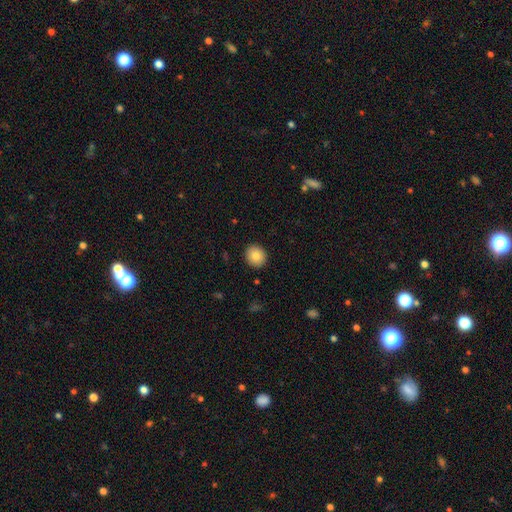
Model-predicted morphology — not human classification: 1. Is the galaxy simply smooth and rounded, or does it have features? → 84% smooth, 9% star or artifact, 7% featured or disk.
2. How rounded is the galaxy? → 83% round, 16% in between, 1% cigar-shaped.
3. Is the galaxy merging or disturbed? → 92% none, 6% minor disturbance, 2% major disturbance, 1% merger.